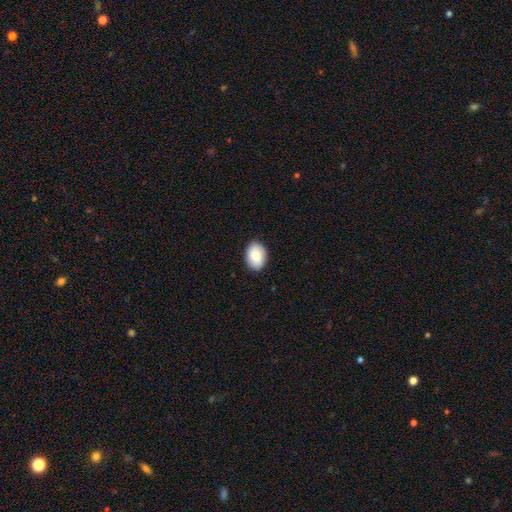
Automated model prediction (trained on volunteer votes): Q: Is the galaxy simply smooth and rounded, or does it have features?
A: smooth — 87%.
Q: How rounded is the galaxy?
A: in between — 80%.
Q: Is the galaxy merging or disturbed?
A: none — 89%.